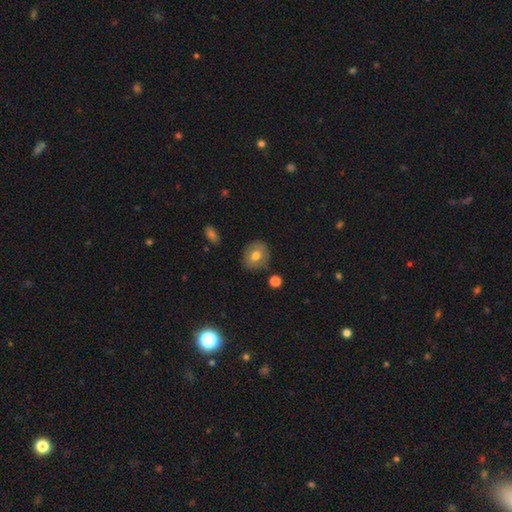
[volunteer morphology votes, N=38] smooth 74%, featured or disk 18%, star or artifact 8%. Down the decision tree: how rounded — round (86%); merging — none (80%).